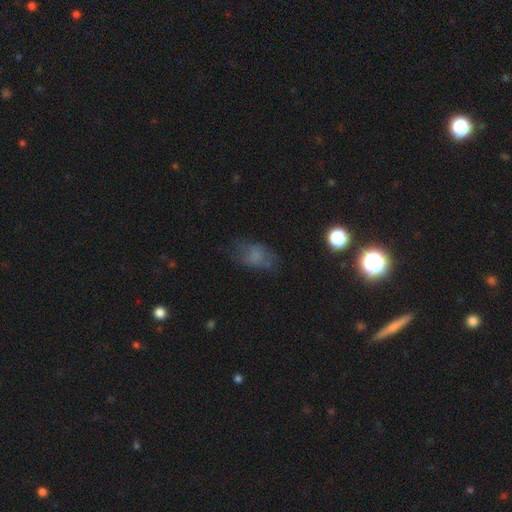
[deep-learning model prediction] Smooth or featured? Predicted: smooth (p=0.59). How rounded? Predicted: in between (p=0.84). Merging? Predicted: none (p=0.57).